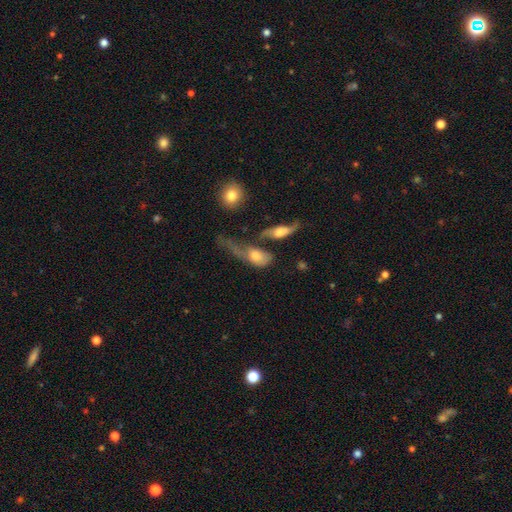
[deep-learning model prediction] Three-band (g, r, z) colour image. It shows a smooth galaxy with no disk features (58%) that is in between round and cigar-shaped (74%). Merging: merger (36%).